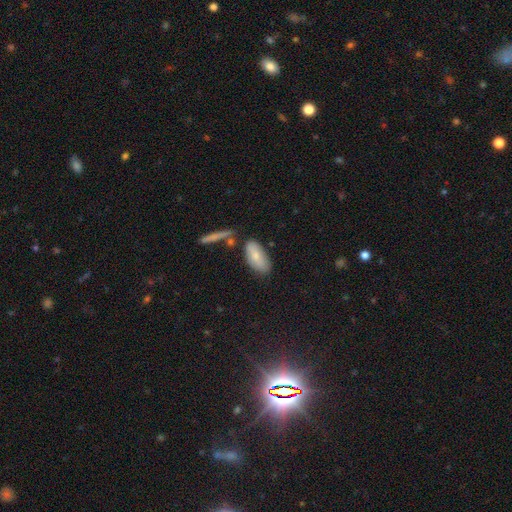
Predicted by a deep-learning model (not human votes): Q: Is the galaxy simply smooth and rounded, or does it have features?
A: smooth — 75%.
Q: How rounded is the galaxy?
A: in between — 87%.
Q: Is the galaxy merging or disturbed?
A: none — 68%.